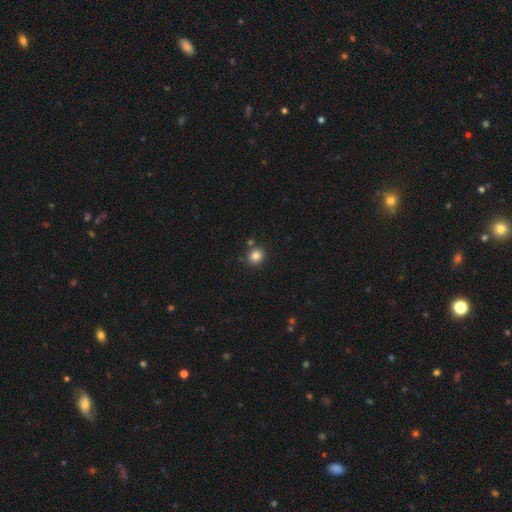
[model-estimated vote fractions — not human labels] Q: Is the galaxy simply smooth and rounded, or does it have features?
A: smooth — 84%.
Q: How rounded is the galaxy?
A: round — 84%.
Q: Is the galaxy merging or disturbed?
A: none — 82%.